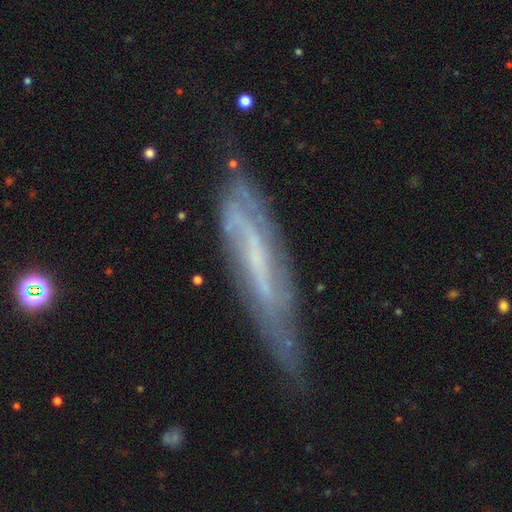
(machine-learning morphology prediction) featured or disk 73%, smooth 18%, star or artifact 8%. Down the decision tree: edge-on disk — no (60%); merging — none (56%).